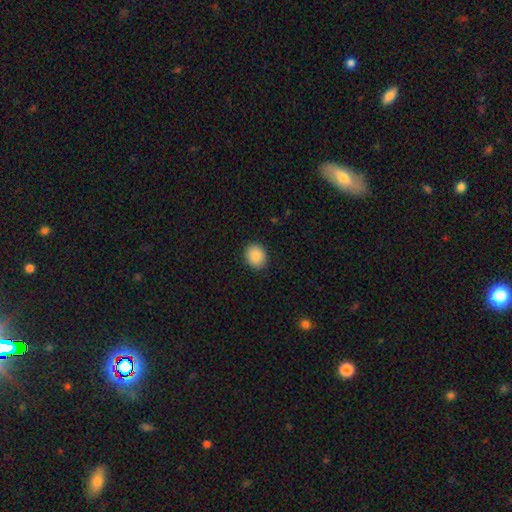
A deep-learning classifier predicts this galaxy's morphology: Smooth or featured: smooth — 89% (star or artifact — 8%)
How rounded: round — 71% (in between — 28%)
Merging: none — 90% (minor disturbance — 7%)